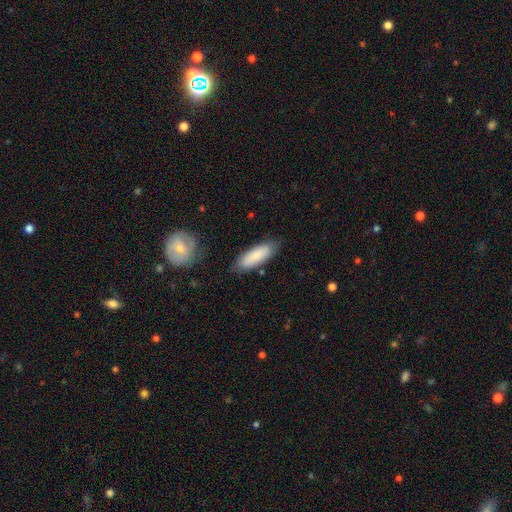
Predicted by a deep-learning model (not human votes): Q: Smooth or featured?
A: smooth (83%); runner-up: featured or disk (11%)
Q: How rounded?
A: in between (60%); runner-up: cigar-shaped (38%)
Q: Merging?
A: none (80%); runner-up: minor disturbance (14%)